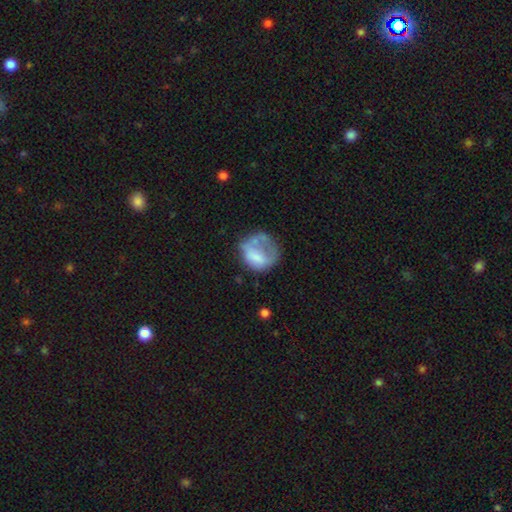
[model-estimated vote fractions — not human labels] Morphology: type=smooth (55%); roundness=round (68%); merging=major disturbance (38%).